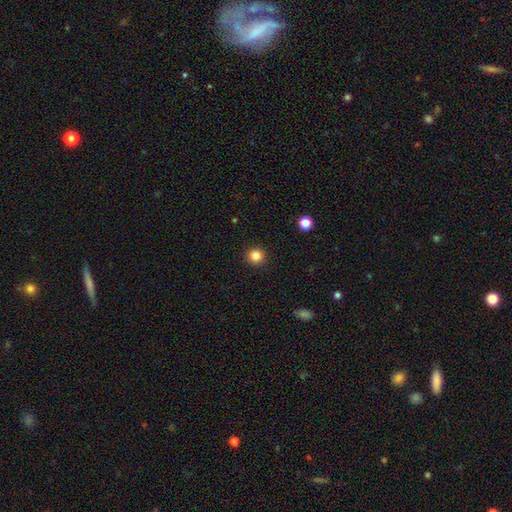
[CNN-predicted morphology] Smooth or featured? Predicted: smooth (p=0.84). How rounded? Predicted: round (p=0.94). Merging? Predicted: none (p=0.92).